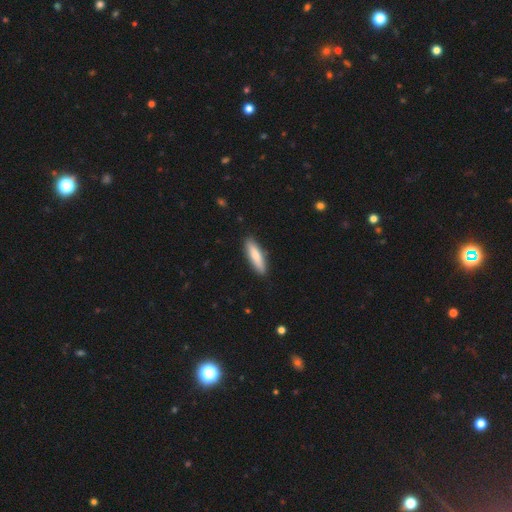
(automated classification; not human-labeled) smooth 78%, featured or disk 17%, star or artifact 5%. Down the decision tree: how rounded — cigar-shaped (68%); merging — none (88%).